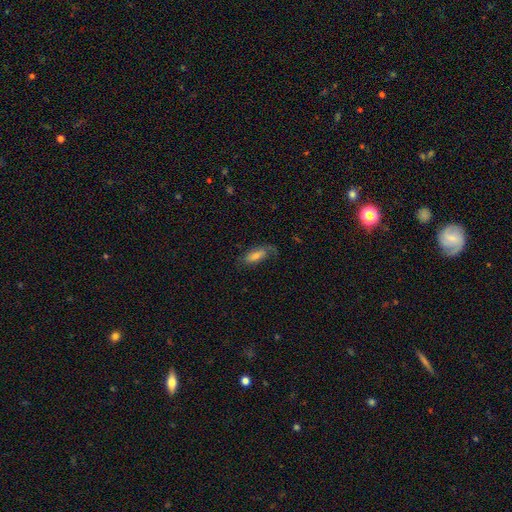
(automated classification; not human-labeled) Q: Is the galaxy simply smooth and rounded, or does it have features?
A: smooth — 59%.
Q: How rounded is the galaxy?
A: in between — 70%.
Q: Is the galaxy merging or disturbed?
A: none — 59%.